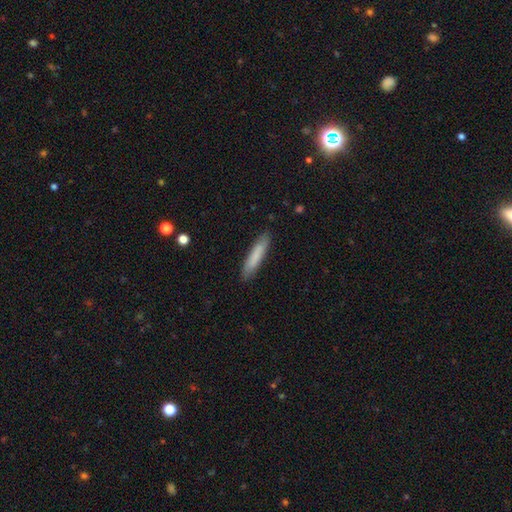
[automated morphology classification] A smooth galaxy with no disk features (80%) that is cigar-shaped (88%). Merging: none (87%).